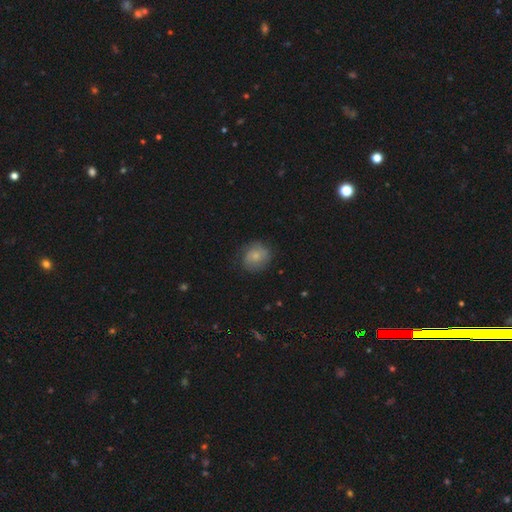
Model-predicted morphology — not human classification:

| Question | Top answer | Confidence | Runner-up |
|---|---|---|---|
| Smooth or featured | smooth | 71% | featured or disk (21%) |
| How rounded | round | 73% | in between (26%) |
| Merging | none | 73% | minor disturbance (20%) |